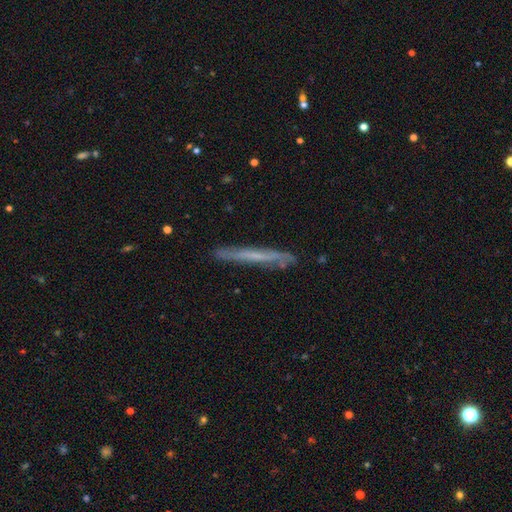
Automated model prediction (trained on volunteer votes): A featured or disk galaxy (53%) viewed edge-on (89%). Merging: none (83%).